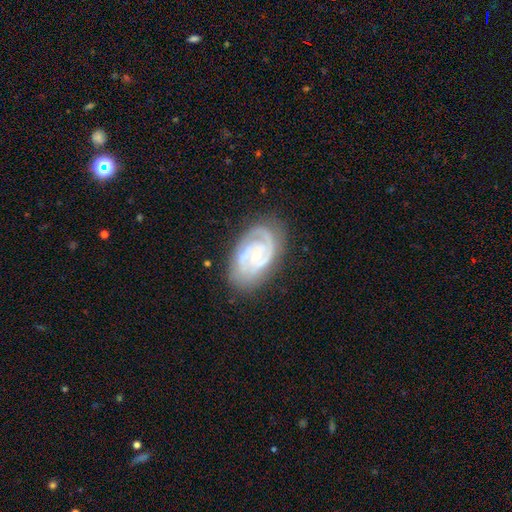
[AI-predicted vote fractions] Smooth or featured: featured or disk — 88% (smooth — 7%)
Edge-on disk: no — 97% (yes — 3%)
Bar: no — 53% (weak — 37%)
Spiral arms: yes — 97% (no — 3%)
Spiral winding: tight — 64% (medium — 31%)
Spiral arm count: 2 — 59% (3 — 19%)
Bulge size: small — 72% (moderate — 21%)
Merging: none — 76% (minor disturbance — 17%)